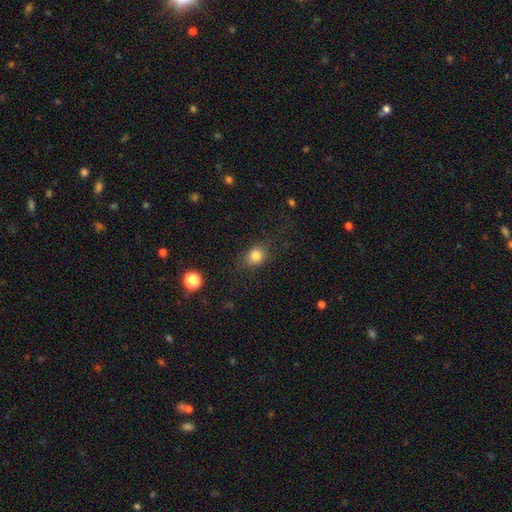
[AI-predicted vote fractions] A smooth galaxy with no disk features (80%) that is round (52%). Merging: none (78%).